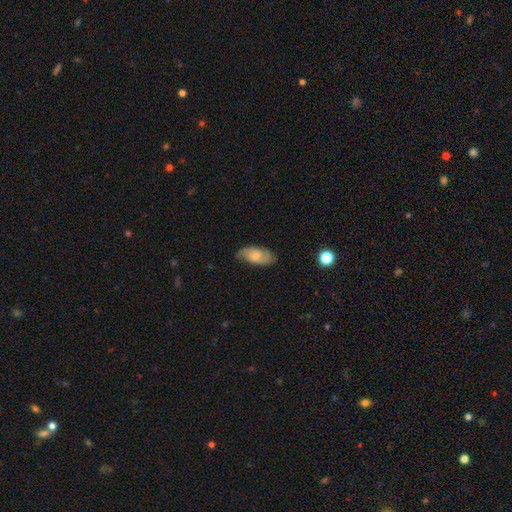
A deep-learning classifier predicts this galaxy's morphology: This is possibly a featured or disk galaxy (47%). Merging: likely none (74%).